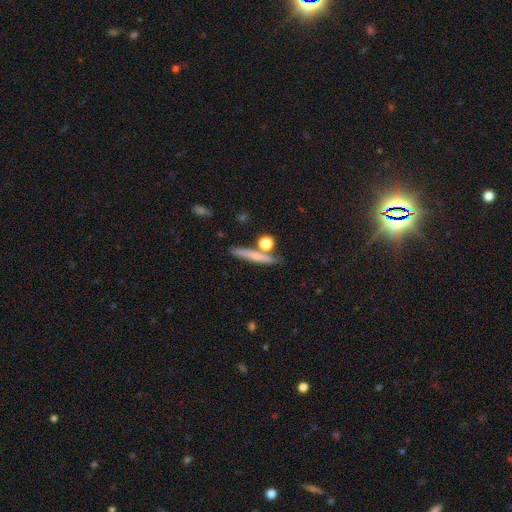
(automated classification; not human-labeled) This is likely a smooth galaxy (64%). How rounded: clearly cigar-shaped (82%). Merging: likely none (75%).